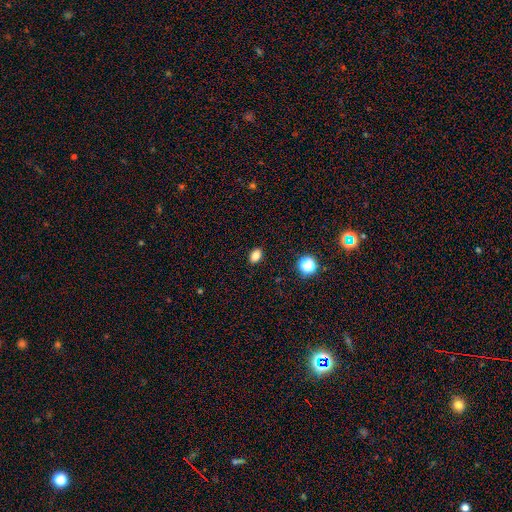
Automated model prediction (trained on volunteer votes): Q: Smooth or featured?
A: smooth (83%); runner-up: star or artifact (12%)
Q: How rounded?
A: in between (79%); runner-up: round (19%)
Q: Merging?
A: none (89%); runner-up: minor disturbance (8%)